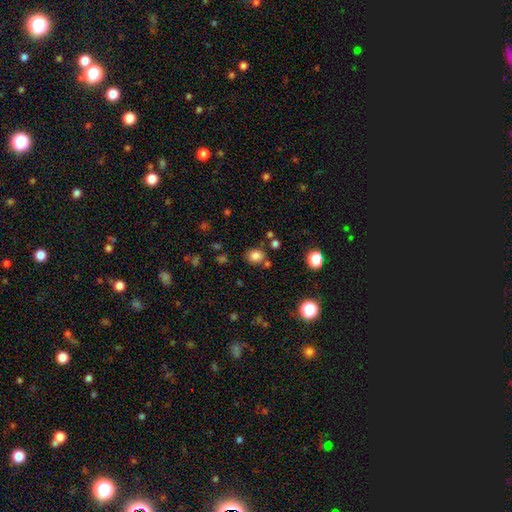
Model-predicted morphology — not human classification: smooth-or-featured: smooth: 81% | star or artifact: 14% | featured or disk: 6%
  how-rounded: round: 60% | in between: 39% | cigar-shaped: 1%
  merging: none: 77% | minor disturbance: 11% | merger: 8% | major disturbance: 4%